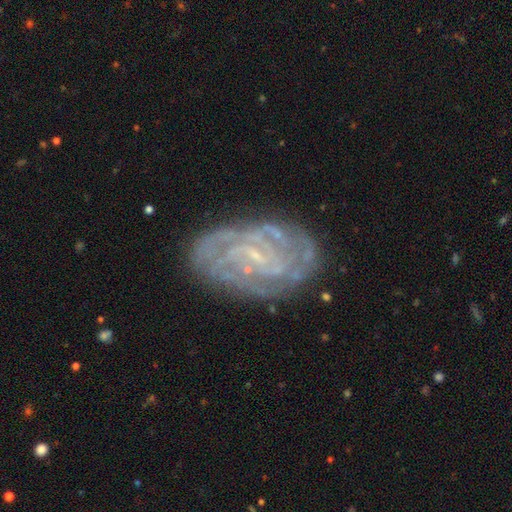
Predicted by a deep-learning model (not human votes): smooth_or_featured: featured or disk (p=0.82) [alt: smooth p=0.10]
disk_edge_on: no (p=0.97) [alt: yes p=0.03]
bar: weak (p=0.44) [alt: no p=0.41]
has_spiral_arms: yes (p=0.88) [alt: no p=0.12]
spiral_winding: tight (p=0.66) [alt: medium p=0.26]
spiral_arm_count: can't tell (p=0.40) [alt: 2 p=0.22]
bulge_size: small (p=0.77) [alt: none p=0.13]
merging: none (p=0.76) [alt: minor disturbance p=0.16]